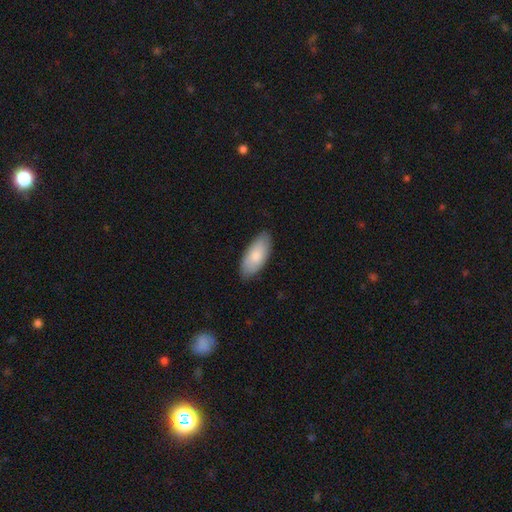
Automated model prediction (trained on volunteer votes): This appears to be a smooth galaxy with no disk features (82%) that is in between round and cigar-shaped (89%). Merging: none (85%).